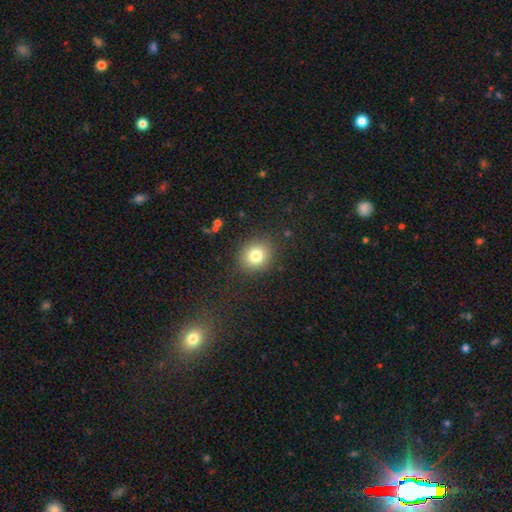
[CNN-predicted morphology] Smooth or featured? Predicted: smooth (p=0.80). How rounded? Predicted: round (p=0.74). Merging? Predicted: none (p=0.86).